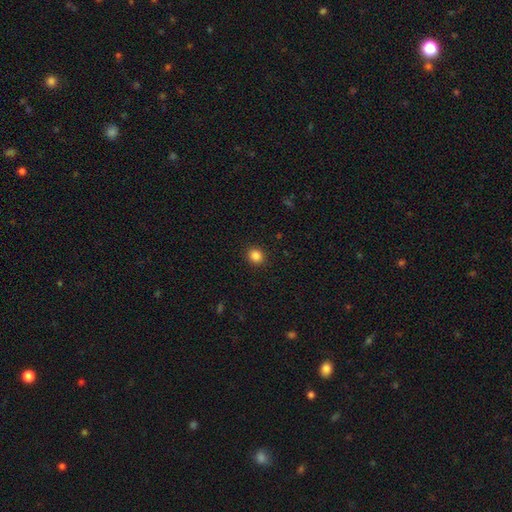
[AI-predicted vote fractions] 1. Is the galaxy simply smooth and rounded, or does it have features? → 85% smooth, 11% star or artifact, 4% featured or disk.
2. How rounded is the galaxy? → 81% round, 18% in between, 1% cigar-shaped.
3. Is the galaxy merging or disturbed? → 92% none, 5% minor disturbance, 2% major disturbance, 1% merger.